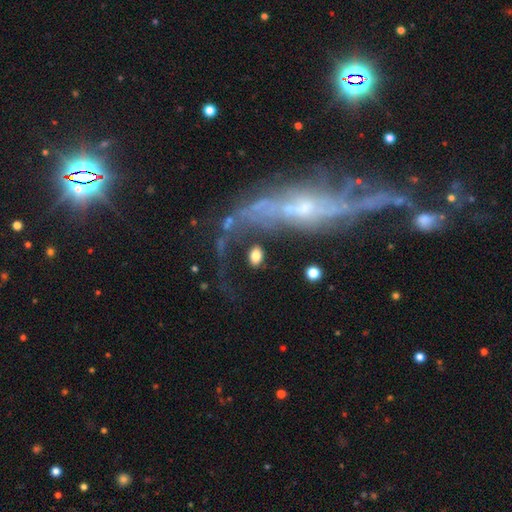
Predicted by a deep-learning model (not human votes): smooth_or_featured: smooth (p=0.77) [alt: featured or disk p=0.15]
how_rounded: in between (p=0.84) [alt: round p=0.14]
merging: none (p=0.68) [alt: minor disturbance p=0.14]